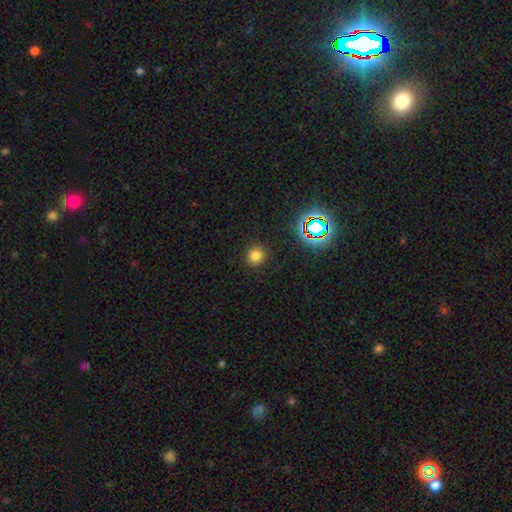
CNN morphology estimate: Smooth or featured?
  - smooth: 77% *
  - star or artifact: 18%
  - featured or disk: 5%
How rounded?
  - round: 91% *
  - in between: 8%
  - cigar-shaped: 1%
Merging?
  - none: 90% *
  - minor disturbance: 6%
  - major disturbance: 2%
  - merger: 1%